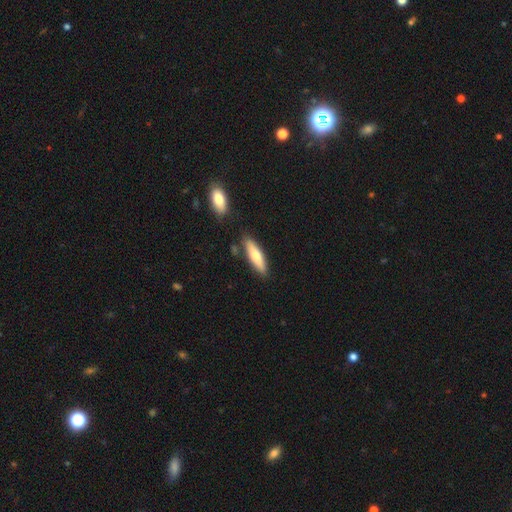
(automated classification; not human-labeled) A smooth galaxy with no disk features (67%) that is cigar-shaped (70%). Merging: none (80%).